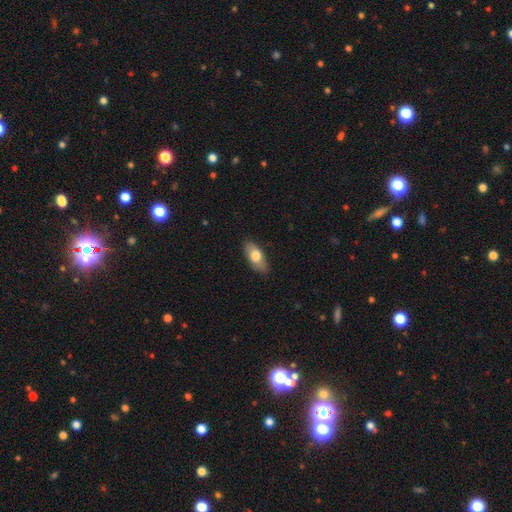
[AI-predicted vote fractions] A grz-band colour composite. It shows a smooth galaxy with no disk features (71%) that is in between round and cigar-shaped (84%). Merging: none (84%).